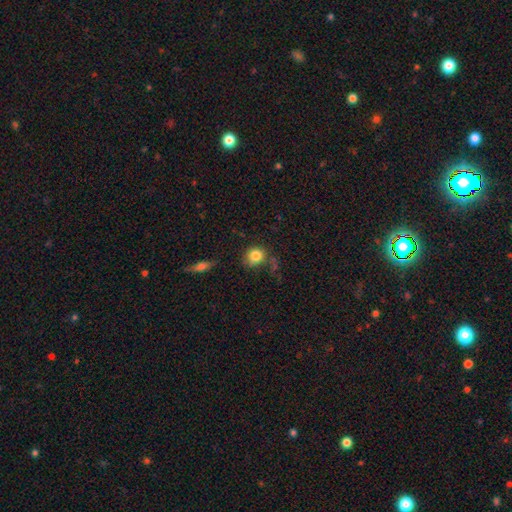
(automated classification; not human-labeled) Smooth or featured?
  - smooth: 83% *
  - star or artifact: 9%
  - featured or disk: 8%
How rounded?
  - round: 77% *
  - in between: 22%
  - cigar-shaped: 1%
Merging?
  - none: 64% *
  - minor disturbance: 21%
  - major disturbance: 8%
  - merger: 7%